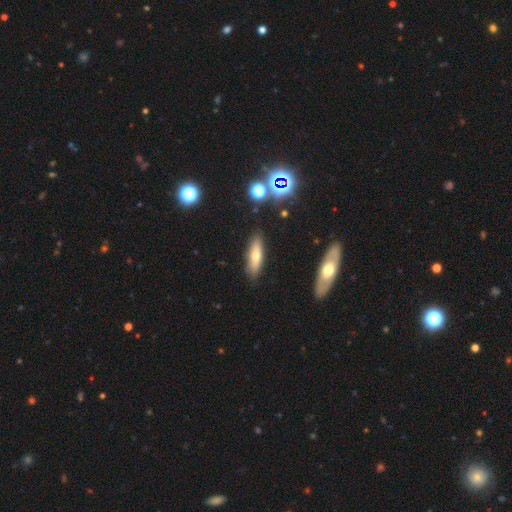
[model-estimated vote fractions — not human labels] smooth-or-featured: smooth: 60% | featured or disk: 30% | star or artifact: 10%
  how-rounded: cigar-shaped: 55% | in between: 42% | round: 3%
  merging: none: 86% | minor disturbance: 10% | major disturbance: 2% | merger: 2%